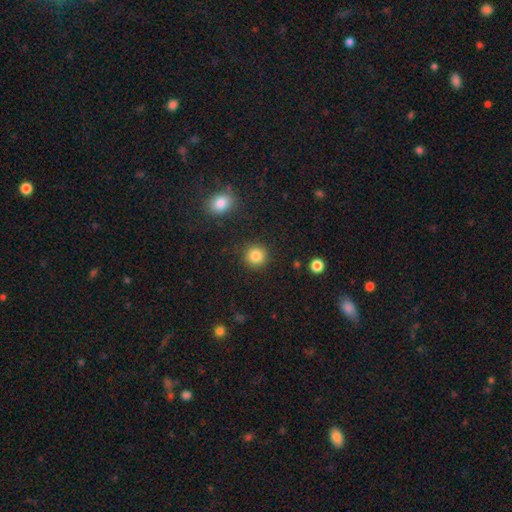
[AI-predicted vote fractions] Smooth or featured: smooth — 86% (star or artifact — 10%)
How rounded: round — 93% (in between — 6%)
Merging: none — 90% (minor disturbance — 6%)